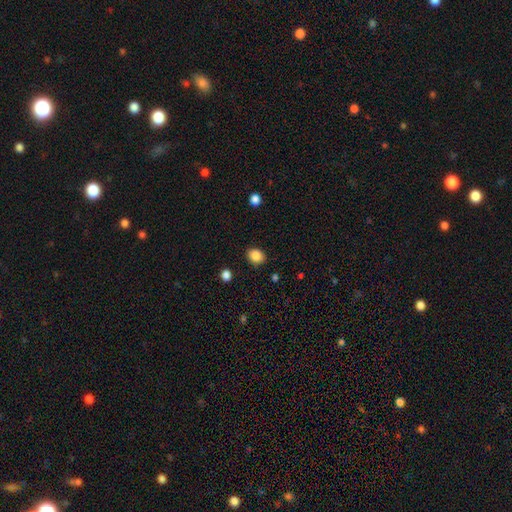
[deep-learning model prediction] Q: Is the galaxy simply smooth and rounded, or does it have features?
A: smooth — 87%.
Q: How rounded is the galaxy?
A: round — 51%.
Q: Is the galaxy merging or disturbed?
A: none — 87%.